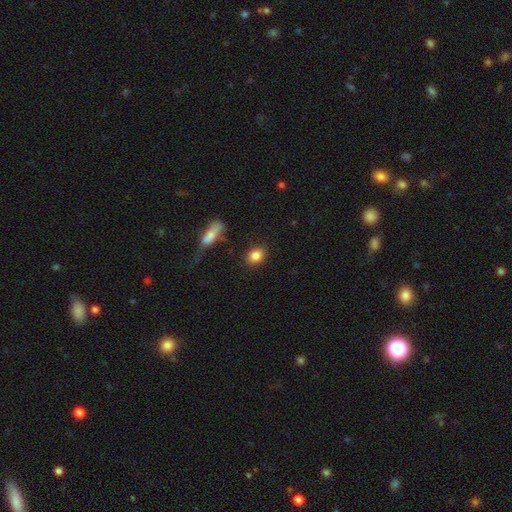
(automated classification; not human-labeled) Smooth or featured? smooth (86%)
How rounded? in between (51%)
Merging? none (84%)